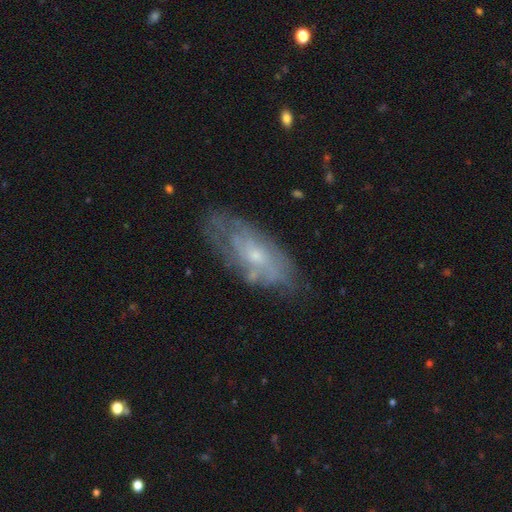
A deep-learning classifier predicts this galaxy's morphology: Q: Smooth or featured?
A: featured or disk (62%); runner-up: smooth (30%)
Q: Edge-on disk?
A: no (87%); runner-up: yes (13%)
Q: Bar?
A: no (77%); runner-up: weak (20%)
Q: Spiral arms?
A: yes (61%); runner-up: no (39%)
Q: Bulge size?
A: small (67%); runner-up: moderate (27%)
Q: Merging?
A: none (67%); runner-up: minor disturbance (22%)